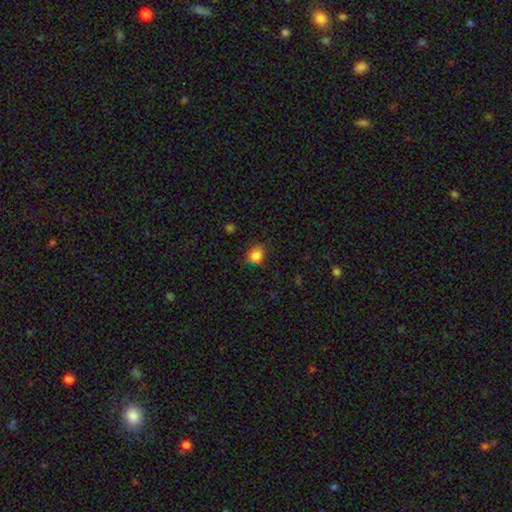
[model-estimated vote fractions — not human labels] Overall: smooth (85%). How rounded: round (66%; in between 34%). Merging: none (76%).